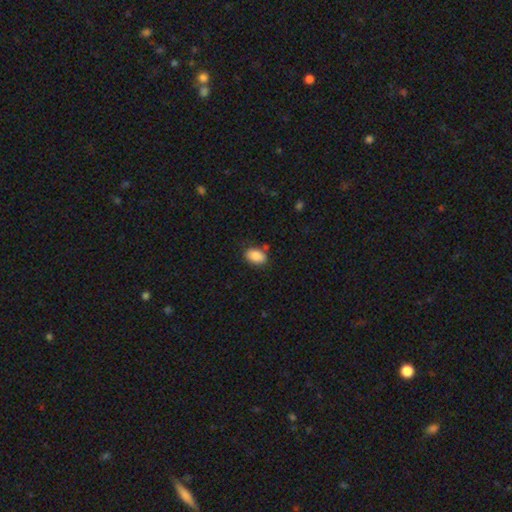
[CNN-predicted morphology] Smooth or featured?
  - smooth: 87% *
  - star or artifact: 8%
  - featured or disk: 5%
How rounded?
  - in between: 86% *
  - round: 13%
  - cigar-shaped: 1%
Merging?
  - none: 75% *
  - minor disturbance: 16%
  - merger: 5%
  - major disturbance: 4%